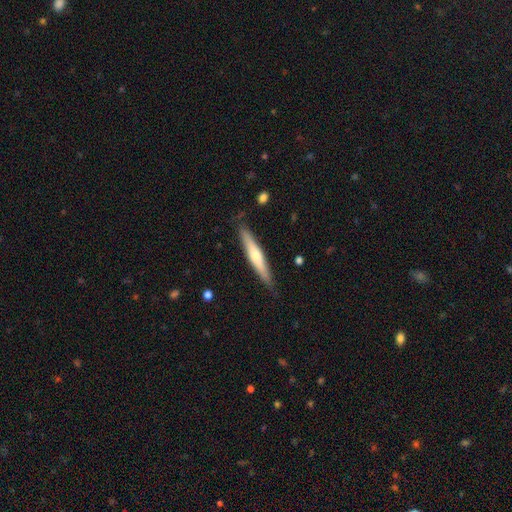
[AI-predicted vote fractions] The model was most divided on "smooth or featured": smooth: 48%, featured or disk: 47%, star or artifact: 5%. More confident: merging — none (86%).